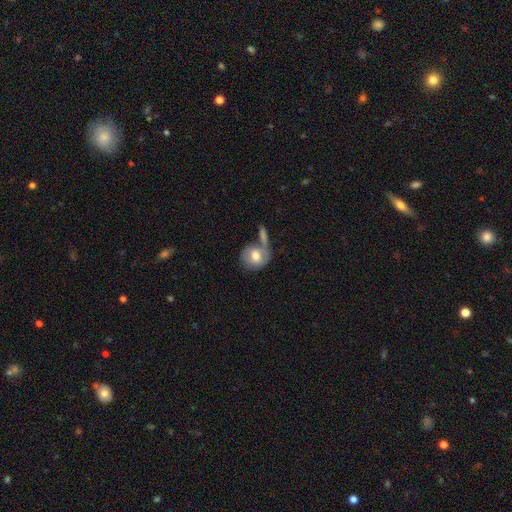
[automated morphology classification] Smooth or featured?
  - smooth: 68% *
  - featured or disk: 25%
  - star or artifact: 7%
How rounded?
  - round: 74% *
  - in between: 25%
  - cigar-shaped: 2%
Merging?
  - none: 45% *
  - merger: 31%
  - minor disturbance: 16%
  - major disturbance: 8%